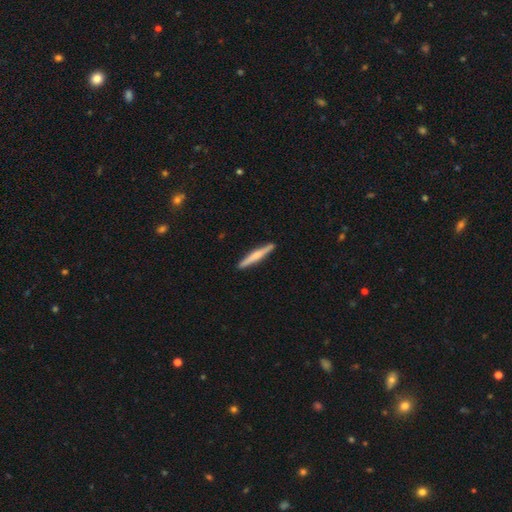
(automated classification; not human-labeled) This appears to be a featured or disk galaxy (48%). Merging: none (92%).